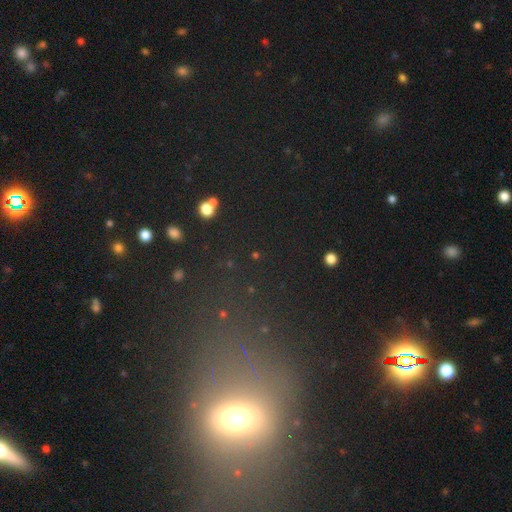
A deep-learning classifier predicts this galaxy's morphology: This appears to be a star or artifact, not a galaxy (57%).